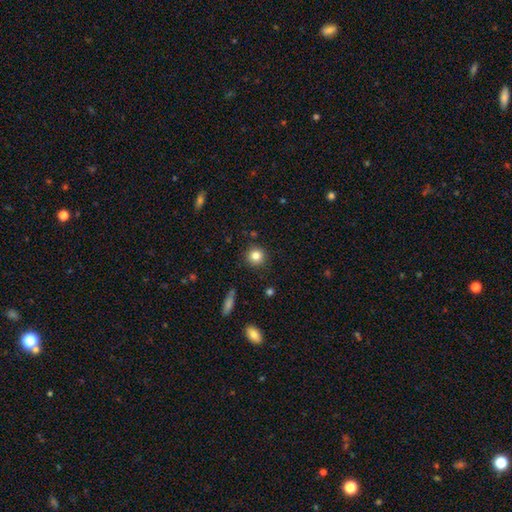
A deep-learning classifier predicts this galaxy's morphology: This appears to be a smooth galaxy with no disk features (83%) that is round (93%). Merging: none (89%).